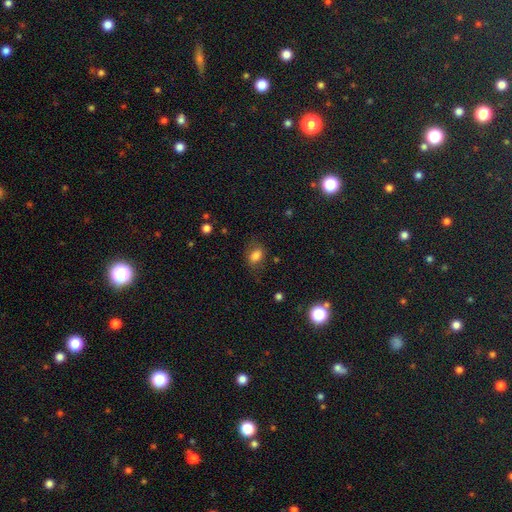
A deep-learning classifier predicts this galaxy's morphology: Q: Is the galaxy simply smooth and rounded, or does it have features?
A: smooth — 76%.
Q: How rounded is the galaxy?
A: in between — 77%.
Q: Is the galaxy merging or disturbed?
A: none — 68%.